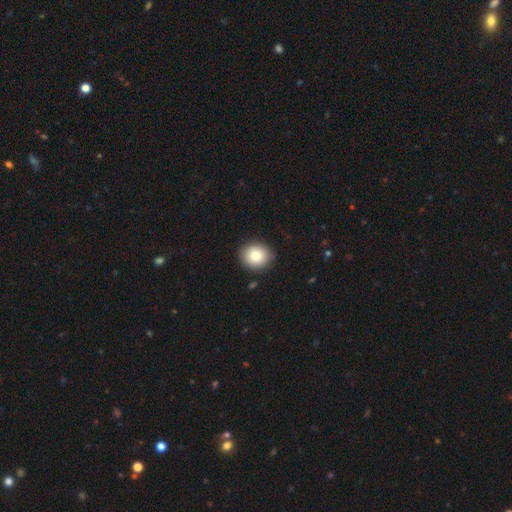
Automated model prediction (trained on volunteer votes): smooth 81%, featured or disk 10%, star or artifact 9%. Down the decision tree: how rounded — round (81%); merging — none (88%).